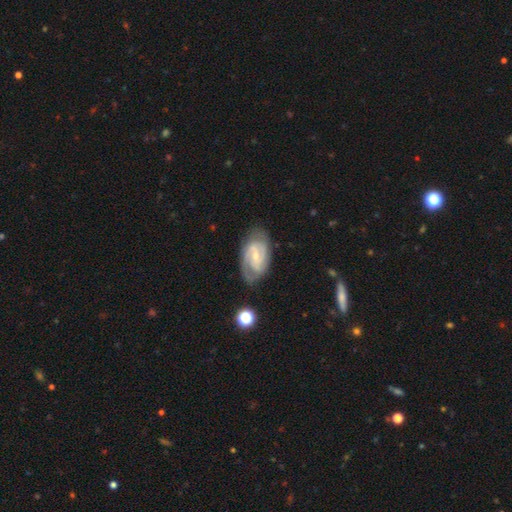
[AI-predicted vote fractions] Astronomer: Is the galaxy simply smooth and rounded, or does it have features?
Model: featured or disk — 83%.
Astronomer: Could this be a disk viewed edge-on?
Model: no — 97%.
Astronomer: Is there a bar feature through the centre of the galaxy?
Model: weak — 52% (runner-up: no, 31%).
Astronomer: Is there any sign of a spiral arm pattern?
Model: yes — 96%.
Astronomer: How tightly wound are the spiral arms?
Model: medium — 47% (runner-up: tight, 41%).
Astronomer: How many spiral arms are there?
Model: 2 — 73%.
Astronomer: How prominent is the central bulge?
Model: small — 67%.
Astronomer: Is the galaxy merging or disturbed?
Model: none — 76%.